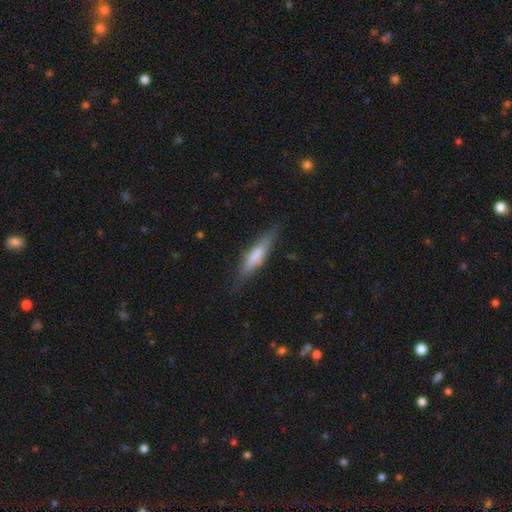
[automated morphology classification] A smooth galaxy with no disk features (56%) that is cigar-shaped (79%).

Vote fractions:
- Smooth or featured? smooth: 56% / featured or disk: 38% / star or artifact: 7%
- How rounded? cigar-shaped: 79% / in between: 19% / round: 2%
- Merging? none: 79% / minor disturbance: 15% / major disturbance: 4% / merger: 1%